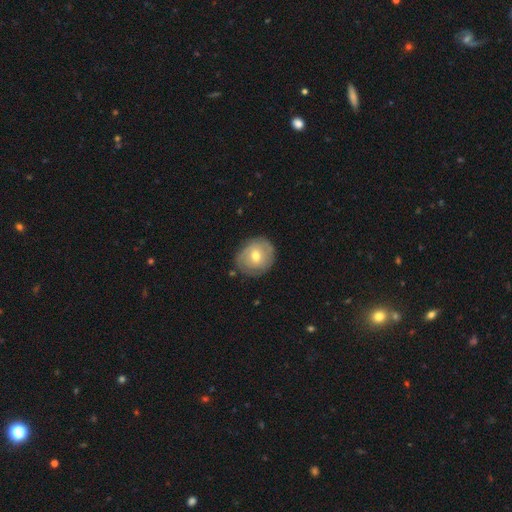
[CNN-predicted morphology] Smooth or featured? featured or disk (48%)
Merging? none (77%)